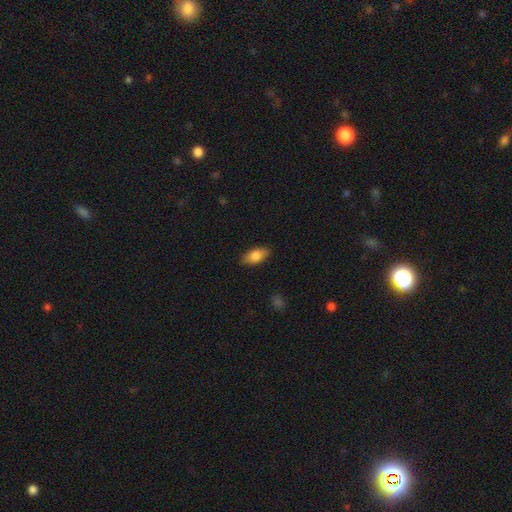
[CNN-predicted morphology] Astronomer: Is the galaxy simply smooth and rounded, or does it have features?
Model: smooth — 79%.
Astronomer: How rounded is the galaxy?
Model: in between — 89%.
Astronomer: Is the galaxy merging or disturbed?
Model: none — 87%.